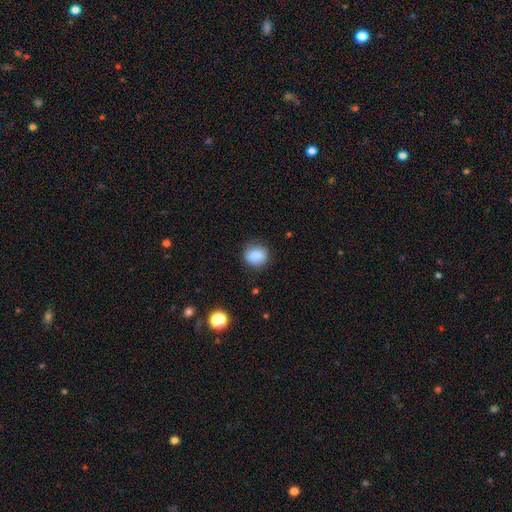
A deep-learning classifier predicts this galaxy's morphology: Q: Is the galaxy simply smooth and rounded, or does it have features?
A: smooth — 86%.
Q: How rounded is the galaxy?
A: round — 70%.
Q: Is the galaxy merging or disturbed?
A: none — 80%.